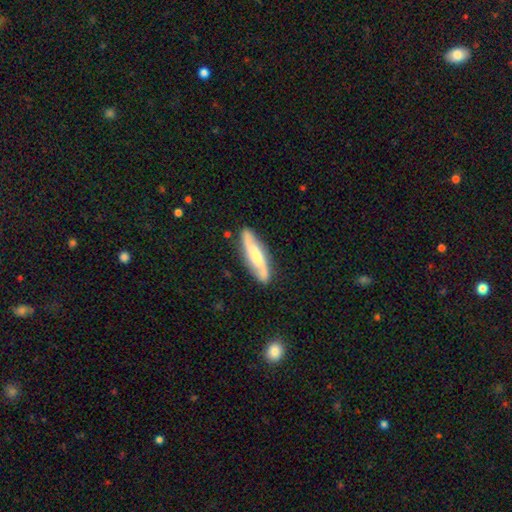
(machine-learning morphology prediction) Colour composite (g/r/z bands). It shows a featured or disk galaxy (58%). Merging: none (83%).